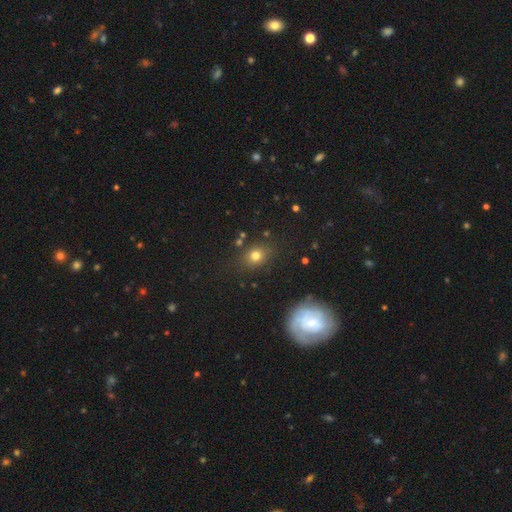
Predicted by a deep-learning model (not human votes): smooth_or_featured: smooth (p=0.74) [alt: star or artifact p=0.17]
how_rounded: round (p=0.57) [alt: in between p=0.42]
merging: none (p=0.82) [alt: minor disturbance p=0.11]